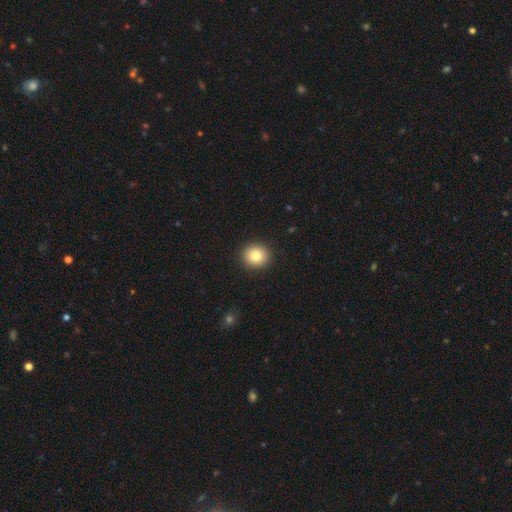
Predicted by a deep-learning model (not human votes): smooth-or-featured: smooth: 81% | star or artifact: 10% | featured or disk: 9%
  how-rounded: round: 88% | in between: 12% | cigar-shaped: 1%
  merging: none: 92% | minor disturbance: 5% | major disturbance: 2% | merger: 1%